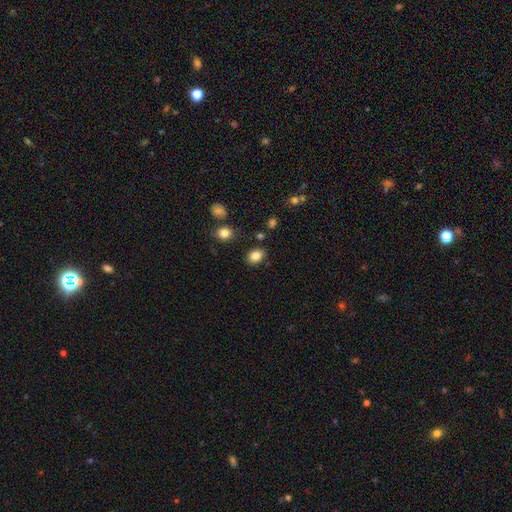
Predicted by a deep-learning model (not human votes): Q: Smooth or featured?
A: smooth (83%); runner-up: star or artifact (10%)
Q: How rounded?
A: in between (69%); runner-up: round (29%)
Q: Merging?
A: none (83%); runner-up: minor disturbance (11%)